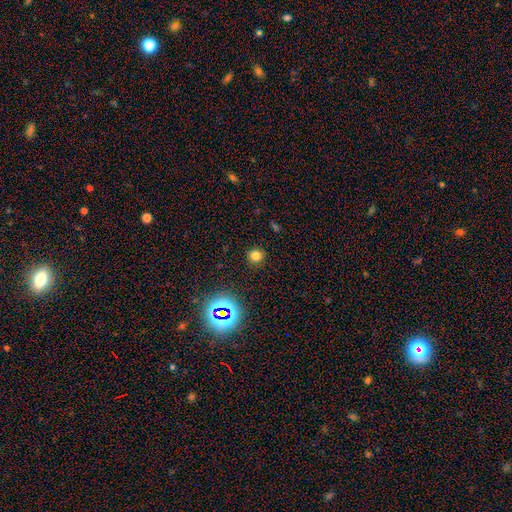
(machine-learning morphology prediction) The model was most divided on "smooth or featured": smooth: 74%, star or artifact: 20%, featured or disk: 6%. More confident: merging — none (89%); how rounded — round (89%).